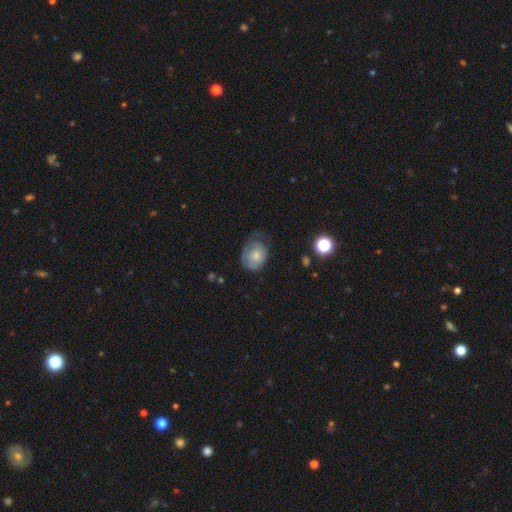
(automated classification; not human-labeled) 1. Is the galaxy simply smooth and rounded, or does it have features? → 59% smooth, 33% featured or disk, 8% star or artifact.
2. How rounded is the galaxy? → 50% in between, 49% round, 1% cigar-shaped.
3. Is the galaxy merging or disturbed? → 41% none, 34% minor disturbance, 22% major disturbance, 2% merger.